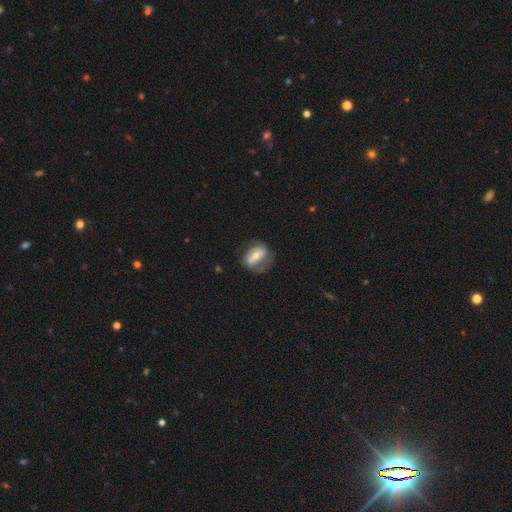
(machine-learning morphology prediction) Smooth or featured: featured or disk — 58% (smooth — 35%)
Edge-on disk: no — 93% (yes — 7%)
Bar: strong — 40% (weak — 33%)
Spiral arms: yes — 57% (no — 43%)
Bulge size: moderate — 57% (small — 35%)
Merging: none — 53% (minor disturbance — 25%)